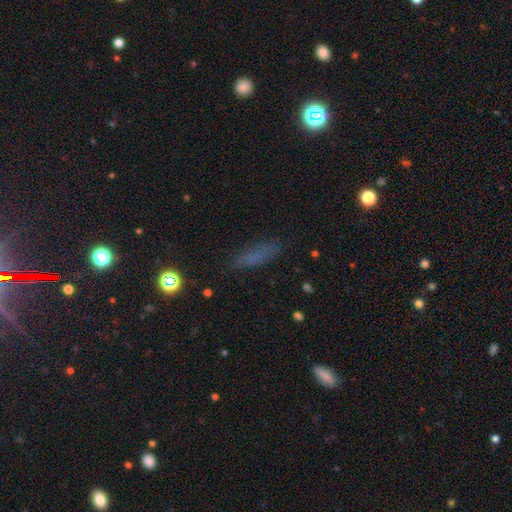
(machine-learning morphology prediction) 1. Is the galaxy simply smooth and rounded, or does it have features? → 65% smooth, 18% star or artifact, 17% featured or disk.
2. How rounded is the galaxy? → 61% cigar-shaped, 35% in between, 4% round.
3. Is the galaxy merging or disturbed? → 79% none, 14% minor disturbance, 5% major disturbance, 2% merger.